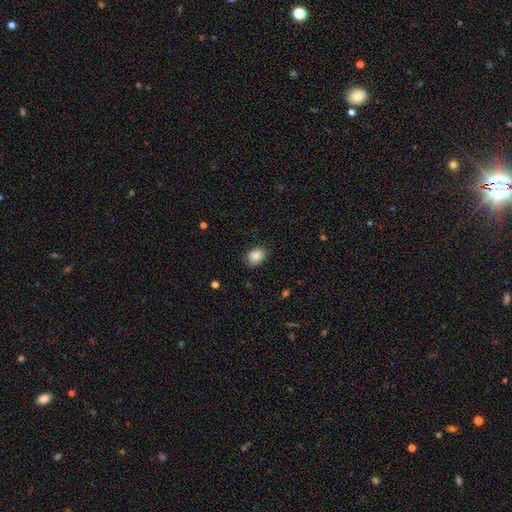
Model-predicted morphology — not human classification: type=smooth (85%); roundness=in between (70%); merging=none (78%).